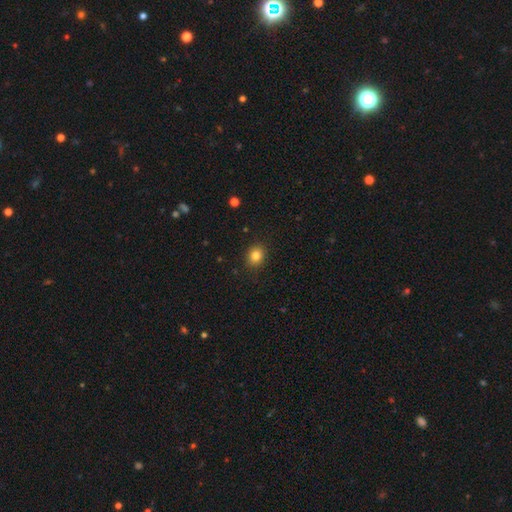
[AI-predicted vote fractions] This appears to be a smooth galaxy with no disk features (83%) that is round (68%). Merging: none (89%).